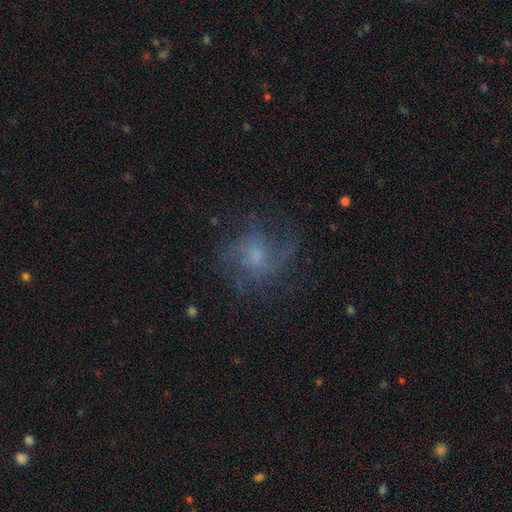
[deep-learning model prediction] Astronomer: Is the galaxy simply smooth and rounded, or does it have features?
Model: featured or disk — 64%.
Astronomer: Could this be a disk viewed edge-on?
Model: no — 97%.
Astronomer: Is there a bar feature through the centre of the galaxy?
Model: no — 68%.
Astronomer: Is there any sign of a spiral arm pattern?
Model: yes — 82%.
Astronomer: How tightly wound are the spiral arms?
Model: medium — 45% (runner-up: loose, 36%).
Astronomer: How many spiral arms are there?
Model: can't tell — 35% (runner-up: 3, 21%).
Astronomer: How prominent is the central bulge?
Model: small — 45% (runner-up: moderate, 34%).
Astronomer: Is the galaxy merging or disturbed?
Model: none — 61%.